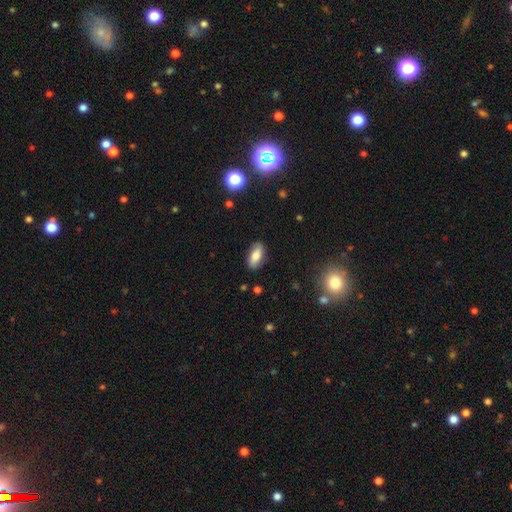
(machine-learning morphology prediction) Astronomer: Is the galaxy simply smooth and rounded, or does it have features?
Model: smooth — 79%.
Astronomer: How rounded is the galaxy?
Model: in between — 88%.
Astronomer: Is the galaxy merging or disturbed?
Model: none — 85%.